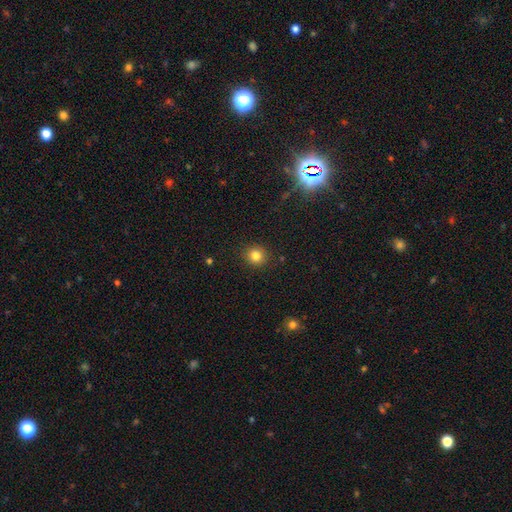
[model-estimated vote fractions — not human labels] This appears to be a smooth galaxy with no disk features (82%) that is round (88%). Merging: none (90%).